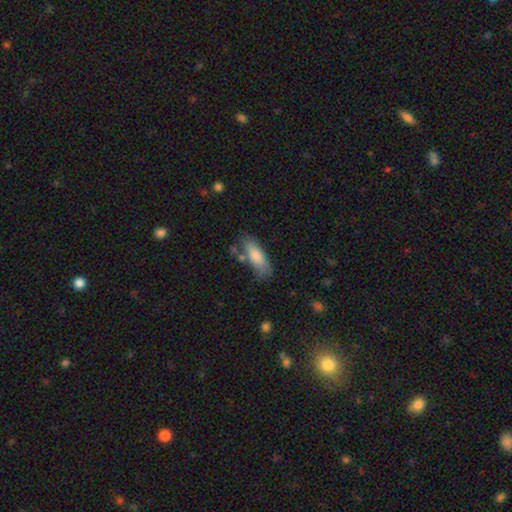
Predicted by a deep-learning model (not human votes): Overall: smooth (78%). How rounded: in between (58%; cigar-shaped 40%). Merging: none (72%).